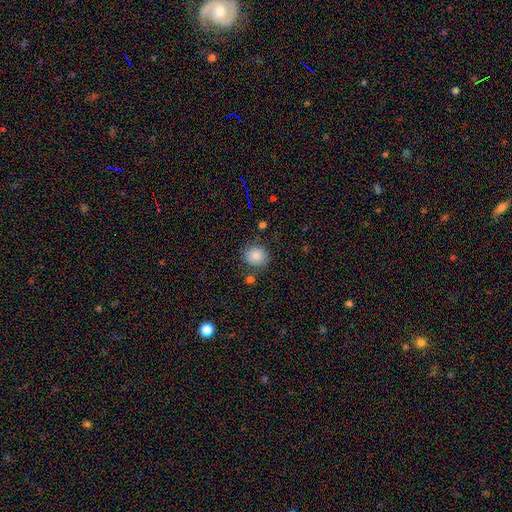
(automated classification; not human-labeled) Q: Smooth or featured?
A: smooth (85%); runner-up: star or artifact (9%)
Q: How rounded?
A: round (84%); runner-up: in between (15%)
Q: Merging?
A: none (77%); runner-up: minor disturbance (13%)